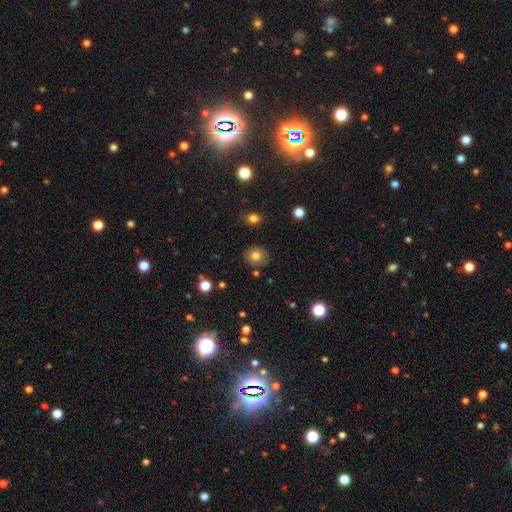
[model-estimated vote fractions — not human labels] A smooth galaxy with no disk features (78%) that is round (74%).

Vote fractions:
- Smooth or featured? smooth: 78% / star or artifact: 11% / featured or disk: 11%
- How rounded? round: 74% / in between: 25% / cigar-shaped: 1%
- Merging? none: 84% / minor disturbance: 10% / merger: 3% / major disturbance: 3%